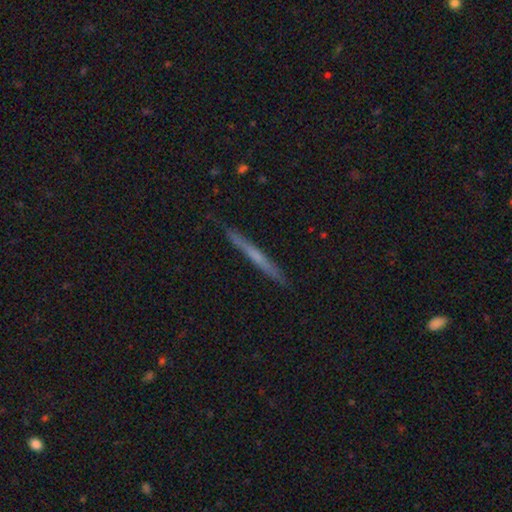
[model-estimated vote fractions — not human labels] featured or disk 53%, smooth 41%, star or artifact 7%. Down the decision tree: edge-on disk — yes (96%); edge-on bulge — none (75%); merging — none (89%).